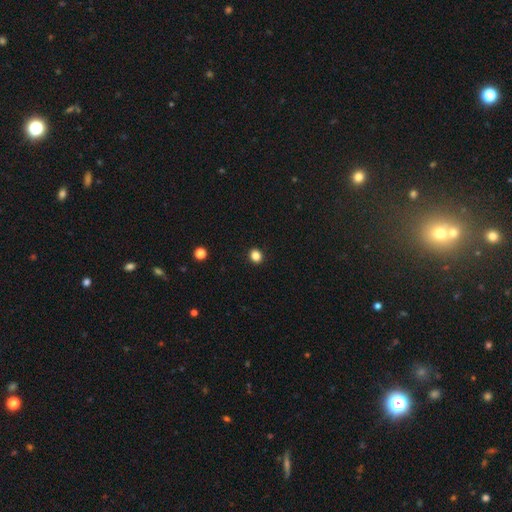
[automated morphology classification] This is clearly a smooth galaxy (85%). How rounded: likely round (72%). Merging: clearly none (92%).